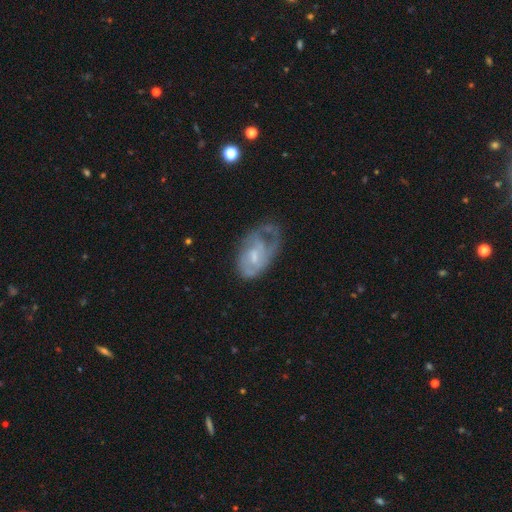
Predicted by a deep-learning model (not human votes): This appears to be a featured or disk galaxy (66%) with no bar (67%), spiral arms (76%) and a small central bulge (57%). Merging: none (54%).